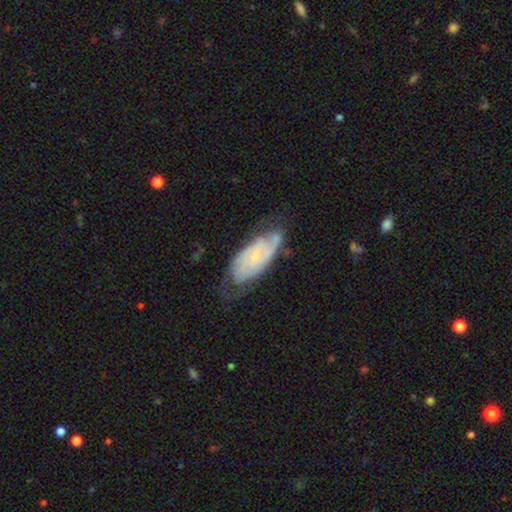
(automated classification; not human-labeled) A featured or disk galaxy (71%) with no bar (68%), 2 (45%) tight (59%) spiral arms (87%) and a small central bulge (73%).

Vote fractions:
- Smooth or featured? featured or disk: 71% / smooth: 23% / star or artifact: 7%
- Edge-on disk? no: 92% / yes: 8%
- Bar? no: 68% / weak: 27% / strong: 6%
- Spiral arms? yes: 87% / no: 13%
- Spiral winding? tight: 59% / medium: 31% / loose: 10%
- Spiral arm count? 2: 45% / can't tell: 38% / 3: 8% / 1: 4% / 4: 3% / more than 4: 2%
- Bulge size? small: 73% / moderate: 20% / none: 5% / large: 1% / dominant: 1%
- Merging? none: 56% / minor disturbance: 30% / major disturbance: 12% / merger: 3%